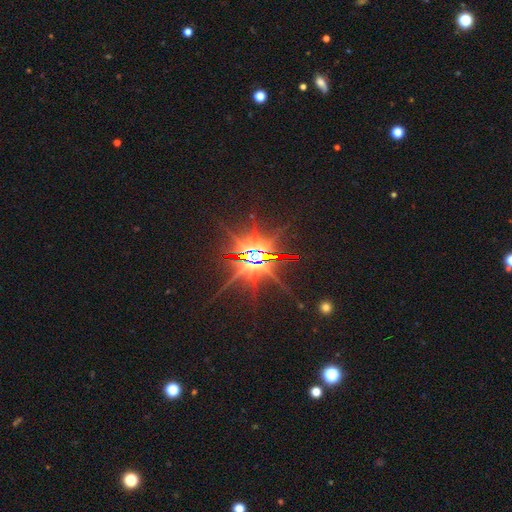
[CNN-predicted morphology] This is clearly a star or artifact rather than a galaxy (81%).